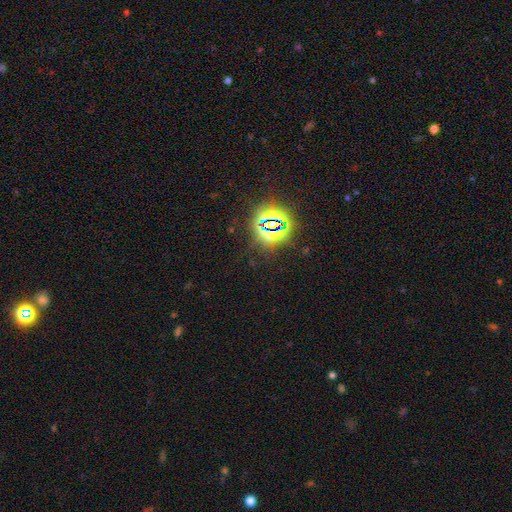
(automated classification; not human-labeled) Smooth or featured? Predicted: star or artifact (p=0.80).